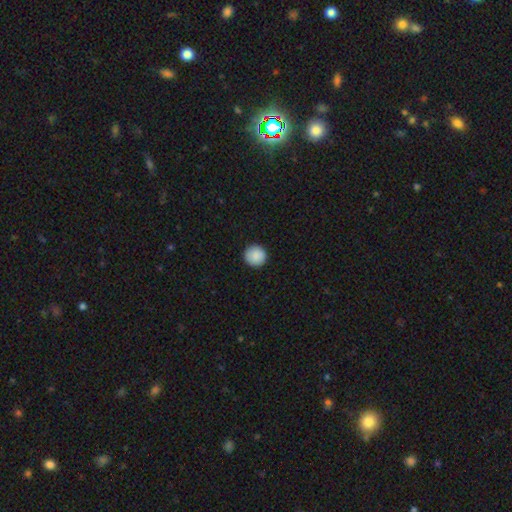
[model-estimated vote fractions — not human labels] smooth 89%, star or artifact 7%, featured or disk 3%. Down the decision tree: how rounded — round (95%); merging — none (92%).